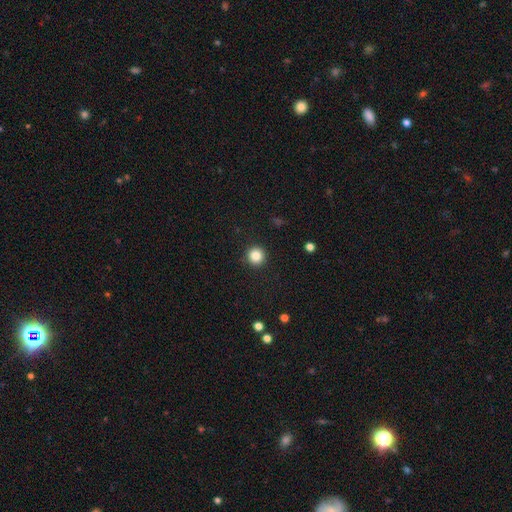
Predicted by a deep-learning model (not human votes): smooth 84%, star or artifact 11%, featured or disk 5%. Down the decision tree: how rounded — round (95%); merging — none (91%).